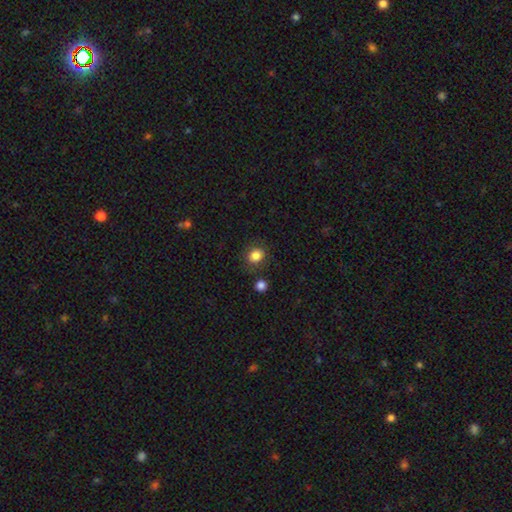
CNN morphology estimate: This appears to be a smooth galaxy with no disk features (84%) that is round (69%). Merging: none (81%).